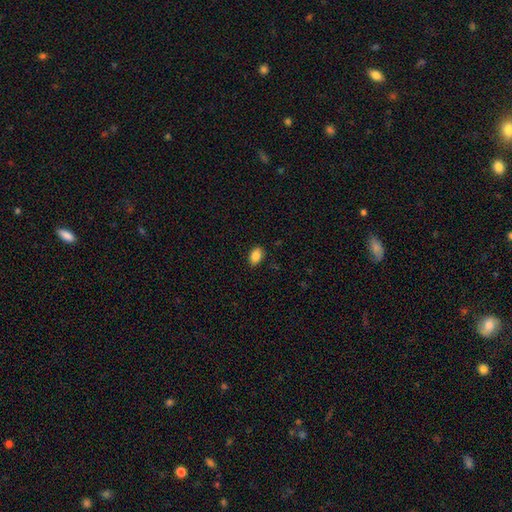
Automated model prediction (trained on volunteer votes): The model was most divided on "merging": none: 84%, minor disturbance: 12%, major disturbance: 2%, merger: 1%. More confident: smooth or featured — smooth (87%); how rounded — in between (86%).